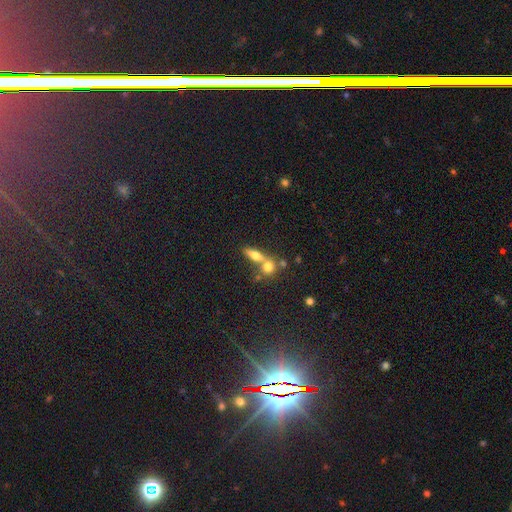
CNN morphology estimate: smooth-or-featured: smooth: 65% | featured or disk: 24% | star or artifact: 11%
  how-rounded: in between: 50% | cigar-shaped: 29% | round: 21%
  merging: merger: 51% | none: 37% | minor disturbance: 8% | major disturbance: 4%